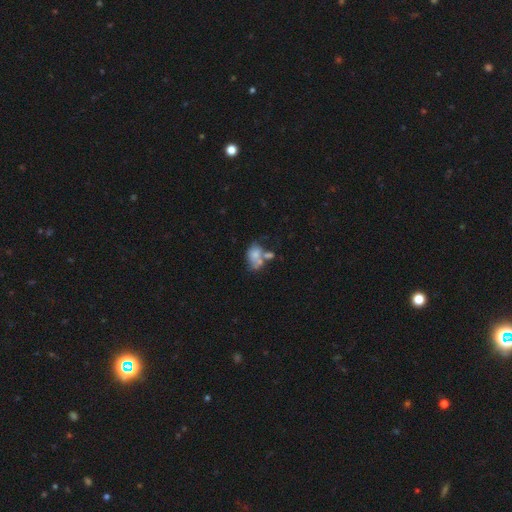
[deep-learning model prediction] Smooth or featured: smooth — 60% (featured or disk — 29%)
How rounded: in between — 79% (round — 20%)
Merging: merger — 46% (none — 22%)